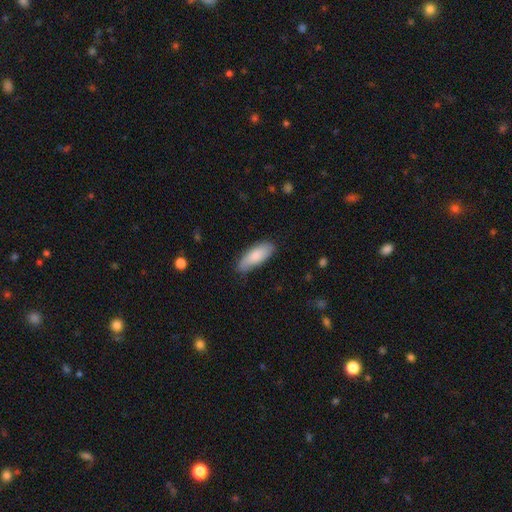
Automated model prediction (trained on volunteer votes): A smooth galaxy with no disk features (84%) that is in between round and cigar-shaped (71%).

Vote fractions:
- Smooth or featured? smooth: 84% / featured or disk: 11% / star or artifact: 5%
- How rounded? in between: 71% / cigar-shaped: 27% / round: 2%
- Merging? none: 78% / minor disturbance: 18% / major disturbance: 3% / merger: 1%